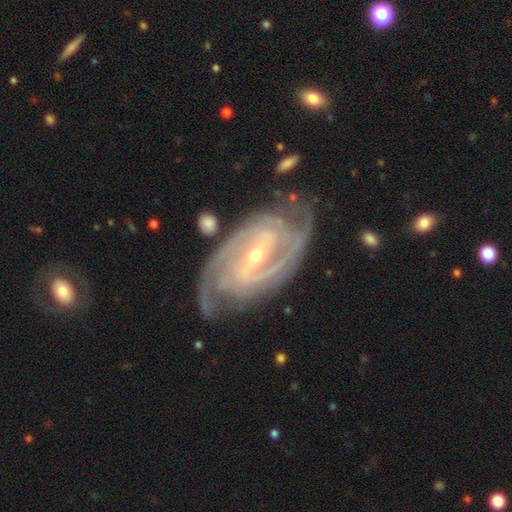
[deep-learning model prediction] A featured or disk galaxy (93%) with a strong bar (48%), 2 (54%) tight (58%) spiral arms (98%) and a small central bulge (64%).

Vote fractions:
- Smooth or featured? featured or disk: 93% / star or artifact: 4% / smooth: 3%
- Edge-on disk? no: 97% / yes: 3%
- Bar? strong: 48% / weak: 36% / no: 15%
- Spiral arms? yes: 98% / no: 2%
- Spiral winding? tight: 58% / medium: 36% / loose: 6%
- Spiral arm count? 2: 54% / 3: 20% / can't tell: 10% / 4: 8% / more than 4: 5% / 1: 4%
- Bulge size? small: 64% / moderate: 33% / large: 1% / none: 1% / dominant: 1%
- Merging? none: 71% / minor disturbance: 19% / major disturbance: 7% / merger: 3%